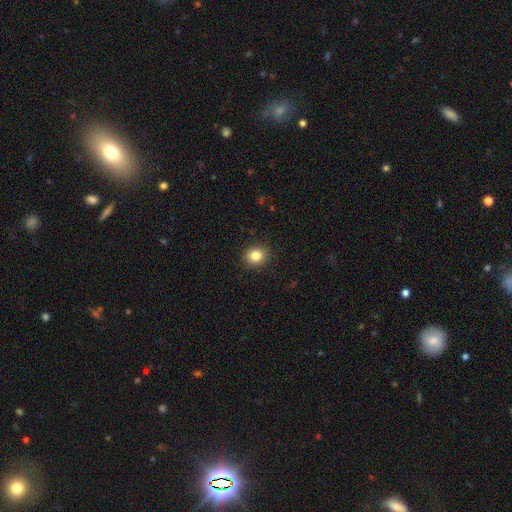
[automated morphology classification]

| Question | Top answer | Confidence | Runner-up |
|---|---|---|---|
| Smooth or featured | smooth | 83% | star or artifact (11%) |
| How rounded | round | 78% | in between (21%) |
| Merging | none | 91% | minor disturbance (6%) |